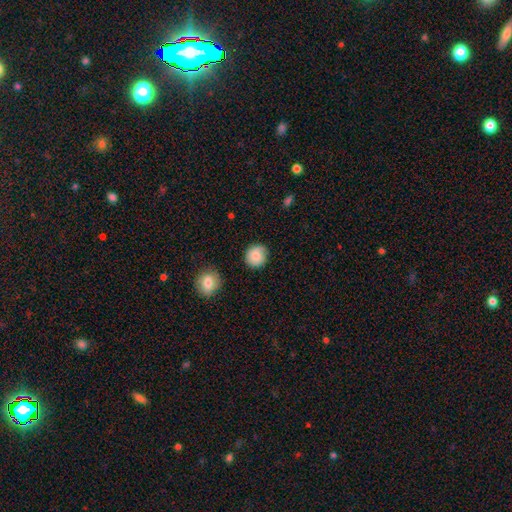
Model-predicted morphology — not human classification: This is clearly a smooth galaxy (81%). How rounded: clearly round (90%). Merging: clearly none (80%).